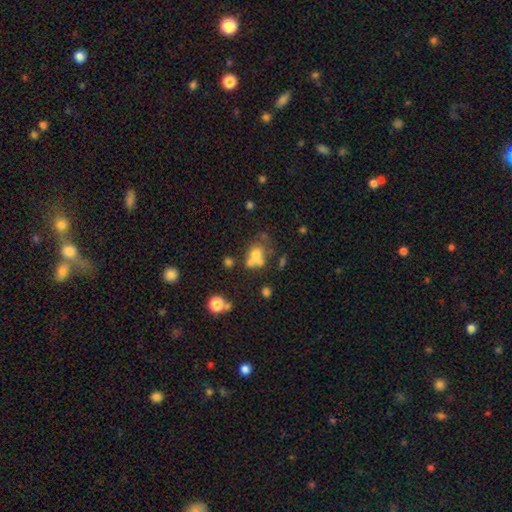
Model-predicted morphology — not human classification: This is likely a smooth galaxy (62%). How rounded: likely round (66%). Merging: possibly merger (45%).